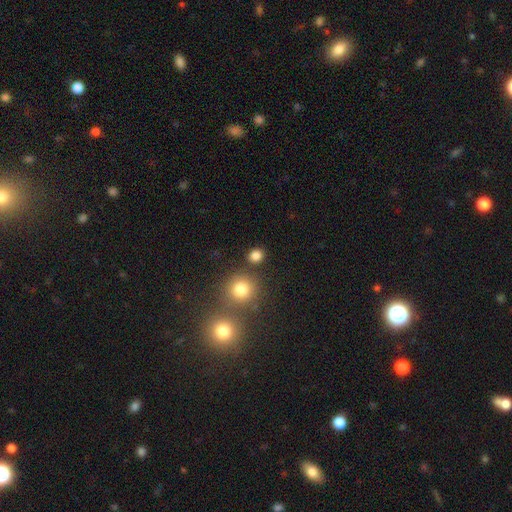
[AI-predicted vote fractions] A smooth galaxy with no disk features (82%) that is round (77%).

Vote fractions:
- Smooth or featured? smooth: 82% / star or artifact: 13% / featured or disk: 5%
- How rounded? round: 77% / in between: 22% / cigar-shaped: 1%
- Merging? none: 81% / minor disturbance: 8% / merger: 8% / major disturbance: 3%